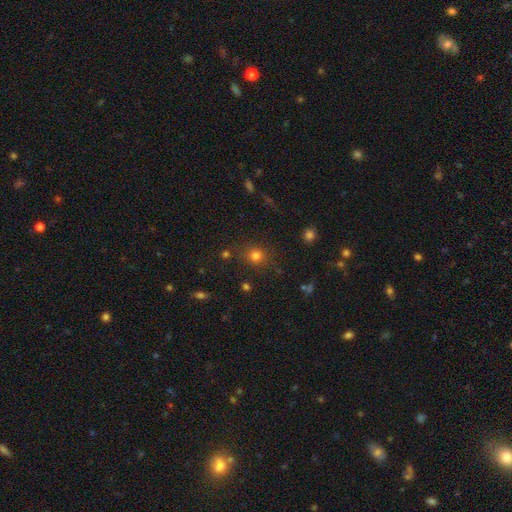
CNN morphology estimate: The model was most divided on "smooth or featured": smooth: 77%, star or artifact: 17%, featured or disk: 6%. More confident: how rounded — round (88%); merging — none (83%).